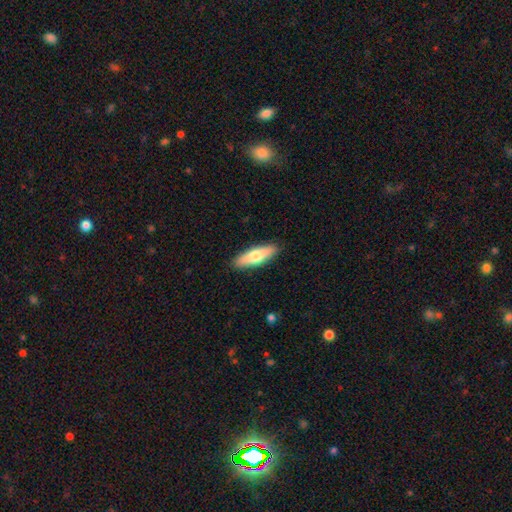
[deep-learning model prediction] smooth_or_featured: smooth (p=0.66) [alt: featured or disk p=0.28]
how_rounded: cigar-shaped (p=0.53) [alt: in between p=0.45]
merging: none (p=0.89) [alt: minor disturbance p=0.08]